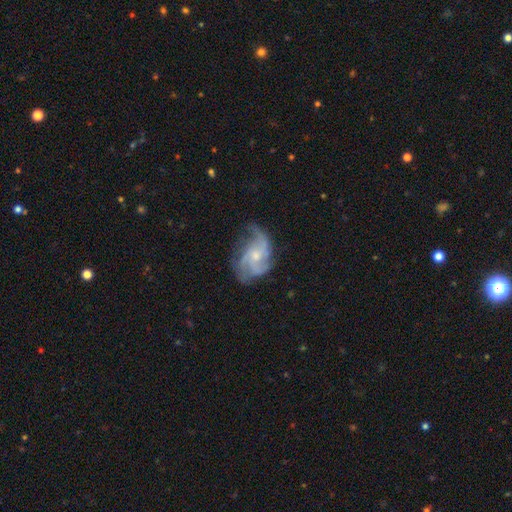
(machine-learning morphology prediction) A featured or disk galaxy (83%) with no bar (69%), 3 (48%) medium (48%) spiral arms (95%) and a small central bulge (58%).

Vote fractions:
- Smooth or featured? featured or disk: 83% / smooth: 10% / star or artifact: 6%
- Edge-on disk? no: 98% / yes: 2%
- Bar? no: 69% / weak: 27% / strong: 4%
- Spiral arms? yes: 95% / no: 5%
- Spiral winding? medium: 48% / loose: 30% / tight: 23%
- Spiral arm count? 3: 48% / 2: 16% / 4: 15% / can't tell: 13% / 1: 5% / more than 4: 5%
- Bulge size? small: 58% / moderate: 36% / none: 4% / large: 2% / dominant: 1%
- Merging? none: 55% / minor disturbance: 25% / major disturbance: 19% / merger: 2%